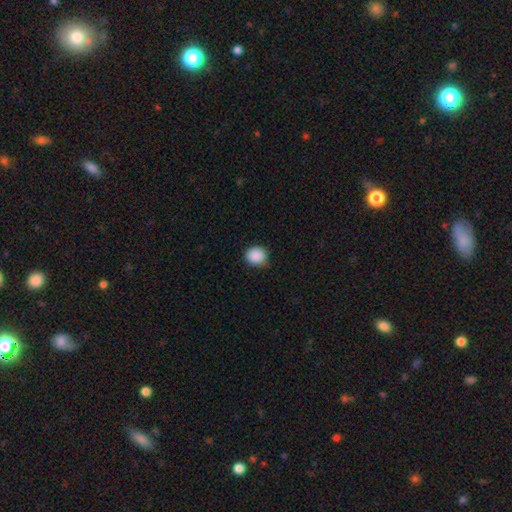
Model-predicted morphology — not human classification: type=smooth (89%); roundness=round (83%); merging=none (79%).